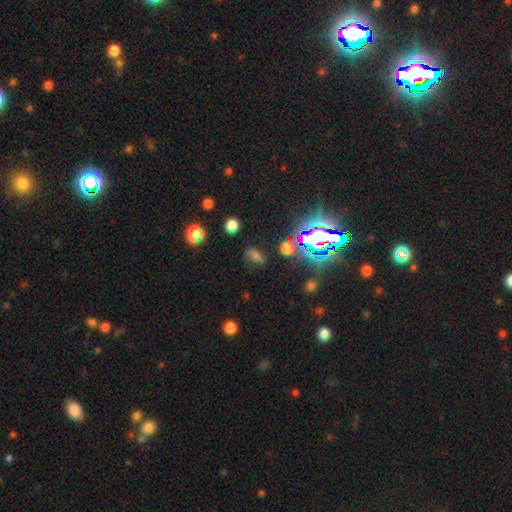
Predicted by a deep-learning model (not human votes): This is possibly a smooth galaxy (51%). How rounded: likely in between (75%). Merging: likely none (69%).